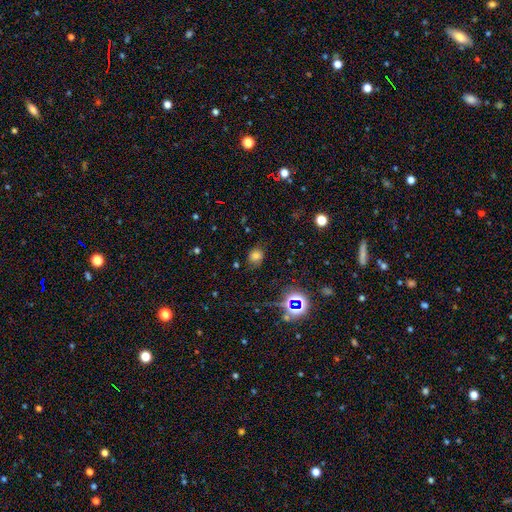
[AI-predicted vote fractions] This is likely a smooth galaxy (65%). How rounded: likely round (61%). Merging: likely none (72%).